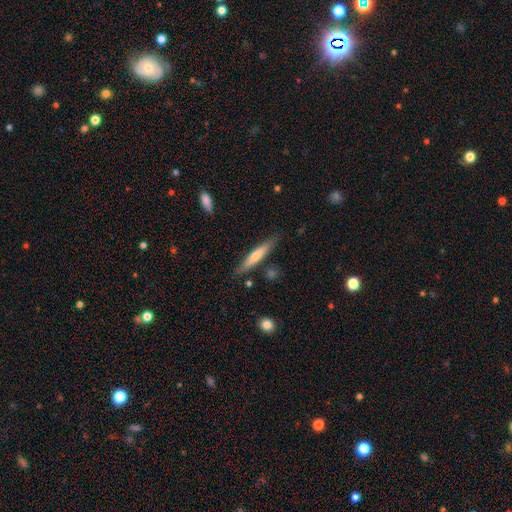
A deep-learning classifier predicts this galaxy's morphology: Q: Smooth or featured?
A: smooth (55%); runner-up: featured or disk (39%)
Q: How rounded?
A: cigar-shaped (92%); runner-up: in between (7%)
Q: Merging?
A: none (84%); runner-up: minor disturbance (11%)